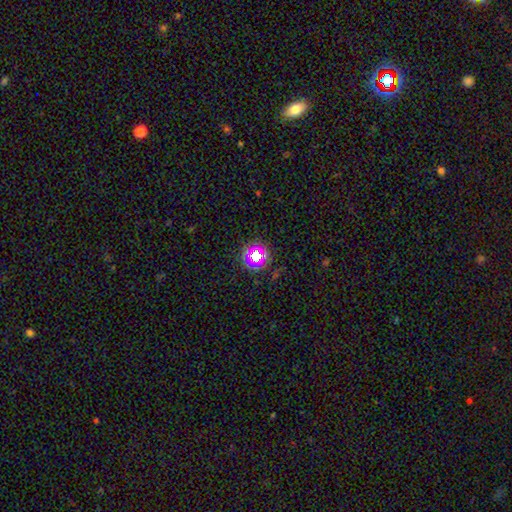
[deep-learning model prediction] star or artifact 58%, smooth 30%, featured or disk 12%.